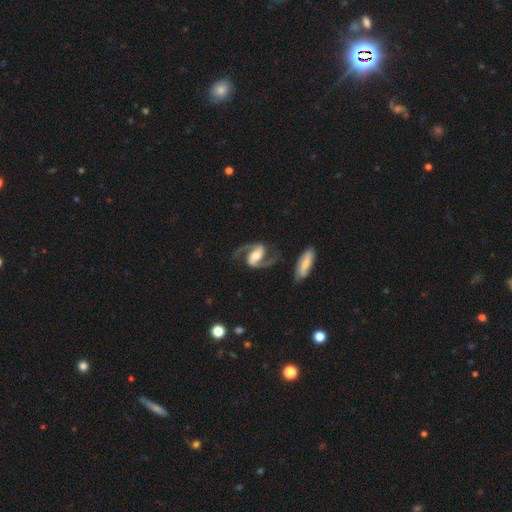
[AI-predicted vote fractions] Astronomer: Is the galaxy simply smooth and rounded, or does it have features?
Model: featured or disk — 92%.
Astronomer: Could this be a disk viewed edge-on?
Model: no — 98%.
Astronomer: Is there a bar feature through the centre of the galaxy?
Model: weak — 38%, tied with strong at 38%.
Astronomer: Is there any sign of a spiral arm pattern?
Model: yes — 98%.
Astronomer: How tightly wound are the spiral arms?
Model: medium — 59%.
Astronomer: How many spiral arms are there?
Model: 2 — 94%.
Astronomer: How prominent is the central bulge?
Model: moderate — 55%.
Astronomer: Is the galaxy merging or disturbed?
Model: none — 75%.